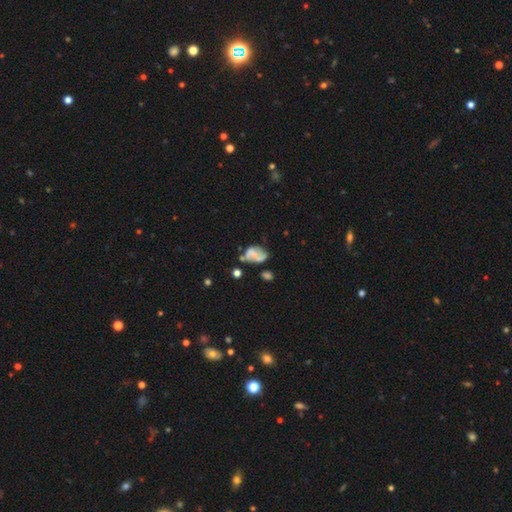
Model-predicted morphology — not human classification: Smooth or featured?
  - smooth: 47% *
  - featured or disk: 42%
  - star or artifact: 11%
Merging?
  - none: 33% *
  - minor disturbance: 27%
  - major disturbance: 22%
  - merger: 18%